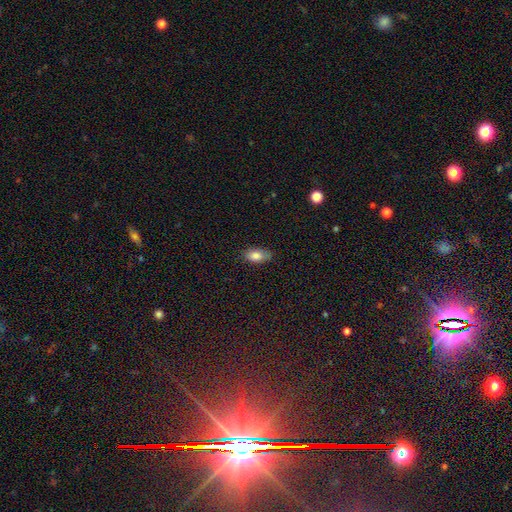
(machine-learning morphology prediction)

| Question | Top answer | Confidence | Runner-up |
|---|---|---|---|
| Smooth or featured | smooth | 83% | featured or disk (10%) |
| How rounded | in between | 90% | round (5%) |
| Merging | none | 76% | minor disturbance (20%) |